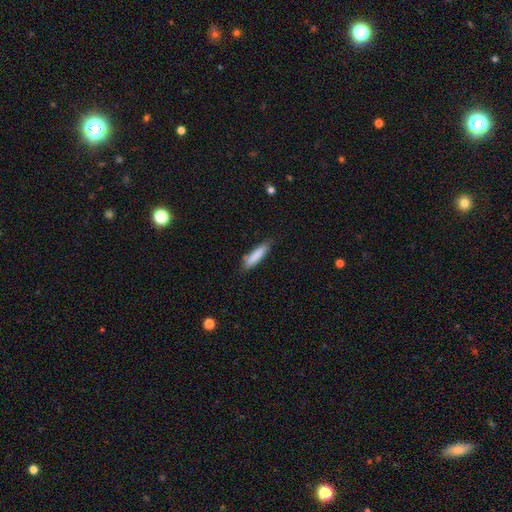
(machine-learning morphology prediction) Smooth or featured: smooth — 83% (featured or disk — 11%)
How rounded: cigar-shaped — 83% (in between — 16%)
Merging: none — 80% (minor disturbance — 14%)